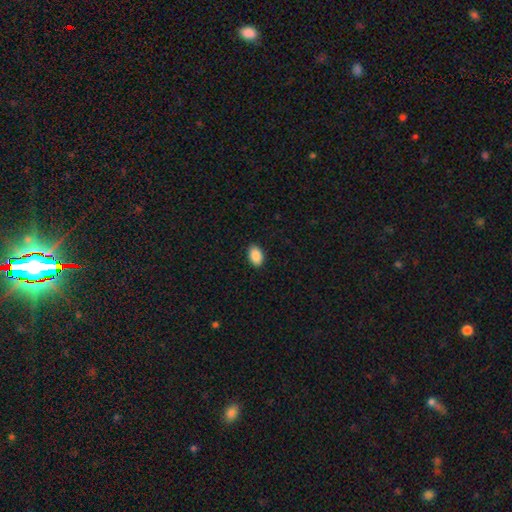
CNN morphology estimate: smooth 90%, star or artifact 7%, featured or disk 3%. Down the decision tree: how rounded — in between (89%); merging — none (89%).